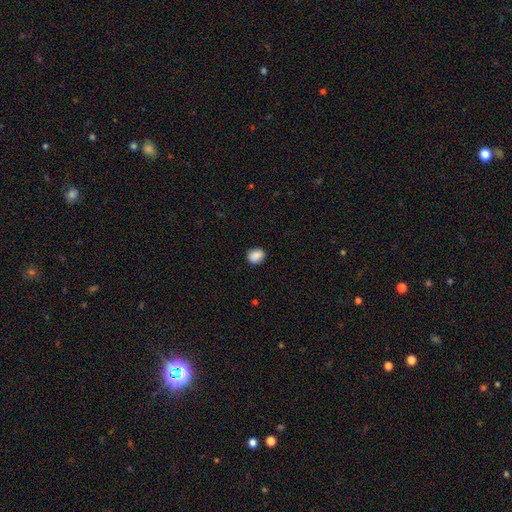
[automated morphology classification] A smooth galaxy with no disk features (88%) that is round (56%).

Vote fractions:
- Smooth or featured? smooth: 88% / star or artifact: 8% / featured or disk: 3%
- How rounded? round: 56% / in between: 43% / cigar-shaped: 1%
- Merging? none: 87% / minor disturbance: 10% / major disturbance: 2% / merger: 1%